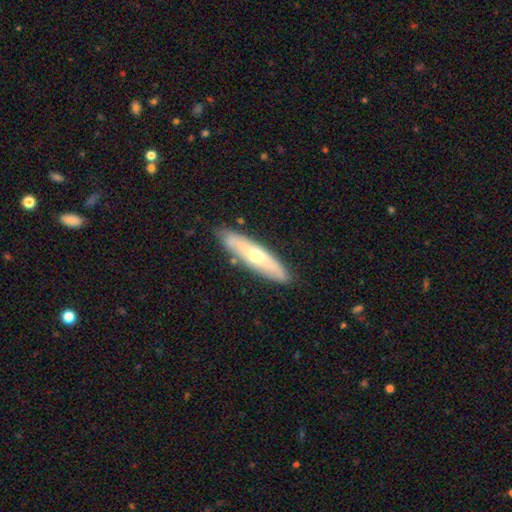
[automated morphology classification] type=featured or disk (50%); edge-on=yes (66%); merging=none (84%).